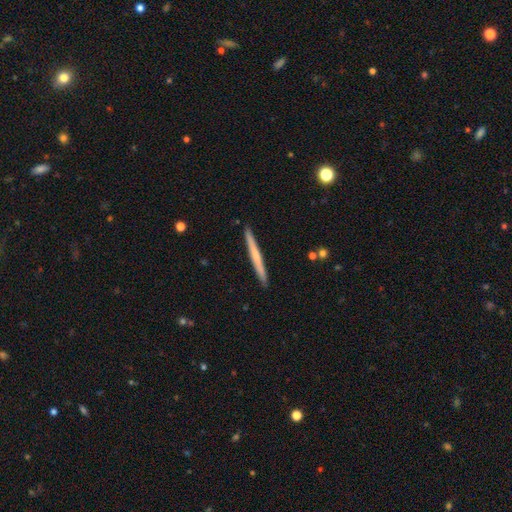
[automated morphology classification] Smooth or featured? Predicted: featured or disk (p=0.48). Merging? Predicted: none (p=0.92).